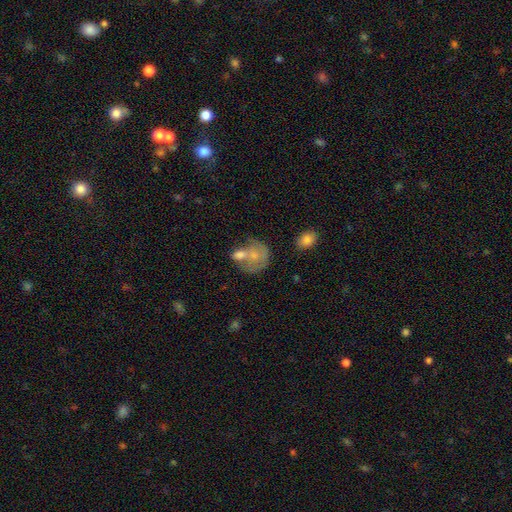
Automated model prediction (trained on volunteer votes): Smooth or featured?
  - smooth: 58% *
  - featured or disk: 34%
  - star or artifact: 8%
How rounded?
  - round: 53% *
  - in between: 46%
  - cigar-shaped: 1%
Merging?
  - merger: 44% *
  - none: 23%
  - major disturbance: 17%
  - minor disturbance: 15%